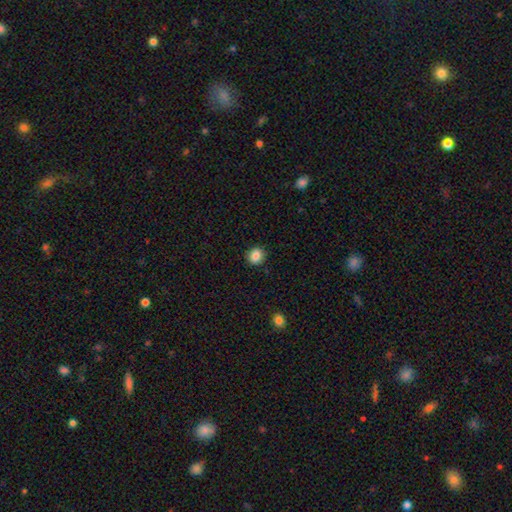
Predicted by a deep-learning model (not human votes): Smooth or featured?
  - smooth: 86% *
  - star or artifact: 10%
  - featured or disk: 5%
How rounded?
  - round: 74% *
  - in between: 25%
  - cigar-shaped: 1%
Merging?
  - none: 89% *
  - minor disturbance: 8%
  - major disturbance: 2%
  - merger: 1%